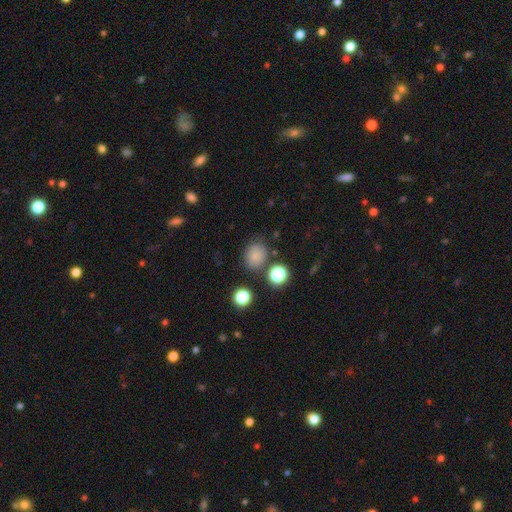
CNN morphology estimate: Smooth or featured? smooth (78%)
How rounded? round (63%)
Merging? none (77%)